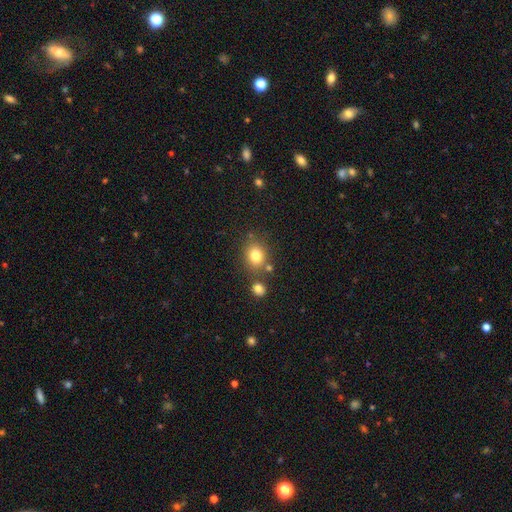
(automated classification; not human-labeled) smooth_or_featured: smooth (p=0.79) [alt: star or artifact p=0.13]
how_rounded: round (p=0.66) [alt: in between p=0.33]
merging: none (p=0.72) [alt: merger p=0.13]